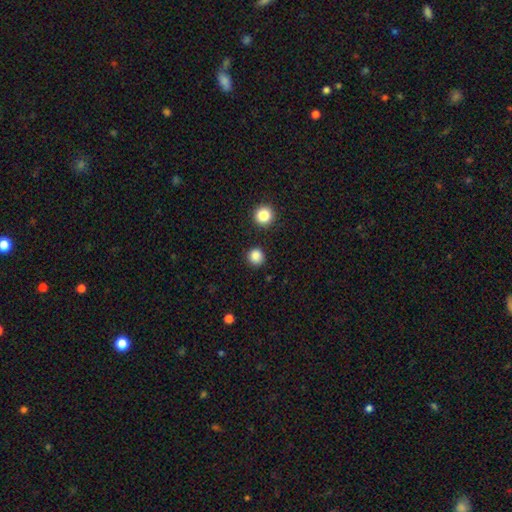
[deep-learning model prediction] Smooth or featured: smooth — 86% (star or artifact — 11%)
How rounded: round — 93% (in between — 6%)
Merging: none — 89% (minor disturbance — 6%)